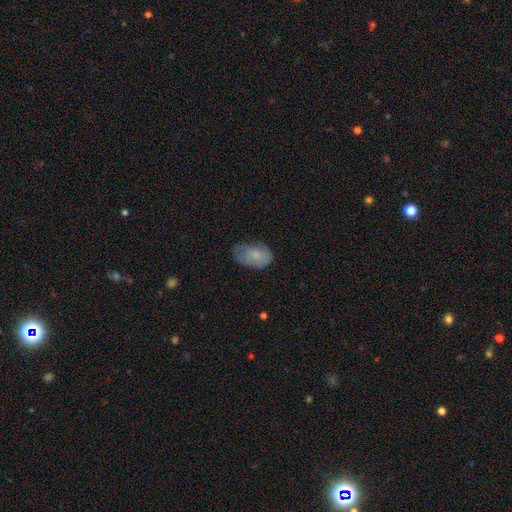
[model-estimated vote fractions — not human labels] Smooth or featured? Predicted: smooth (p=0.74). How rounded? Predicted: in between (p=0.89). Merging? Predicted: none (p=0.51).